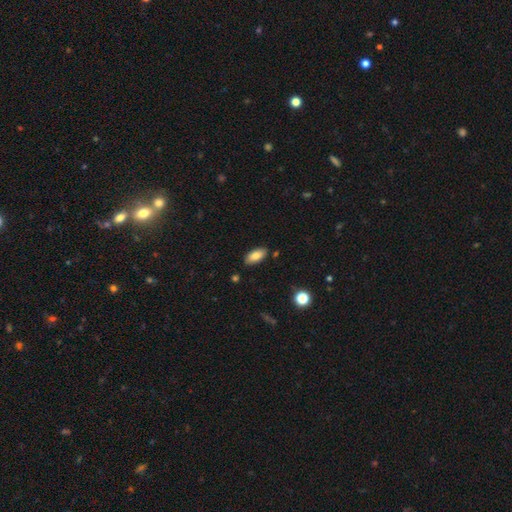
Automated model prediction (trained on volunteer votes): A smooth galaxy with no disk features (82%) that is in between round and cigar-shaped (89%). Merging: none (85%).